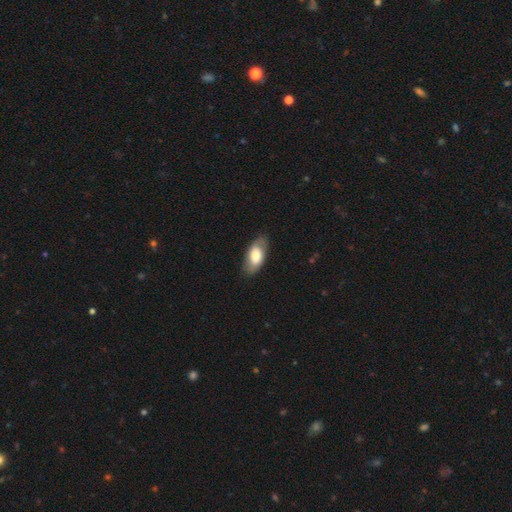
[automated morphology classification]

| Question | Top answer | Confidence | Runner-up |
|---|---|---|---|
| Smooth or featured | smooth | 64% | featured or disk (30%) |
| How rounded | in between | 91% | cigar-shaped (6%) |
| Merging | none | 80% | minor disturbance (15%) |